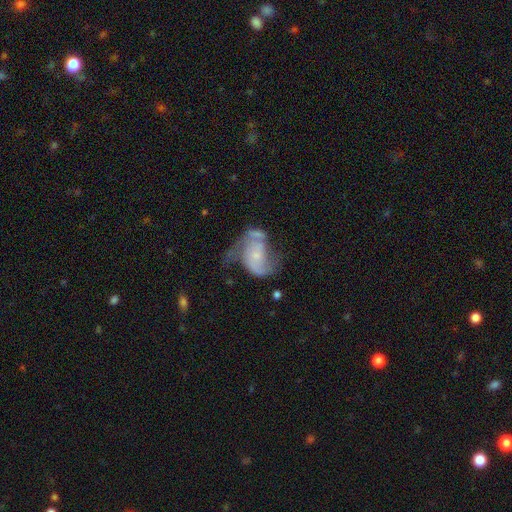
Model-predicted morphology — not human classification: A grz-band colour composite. It shows a featured or disk galaxy (79%) with no bar (66%), 2 (85%) loose (45%) spiral arms (90%) and a small central bulge (66%). Merging: none (39%).